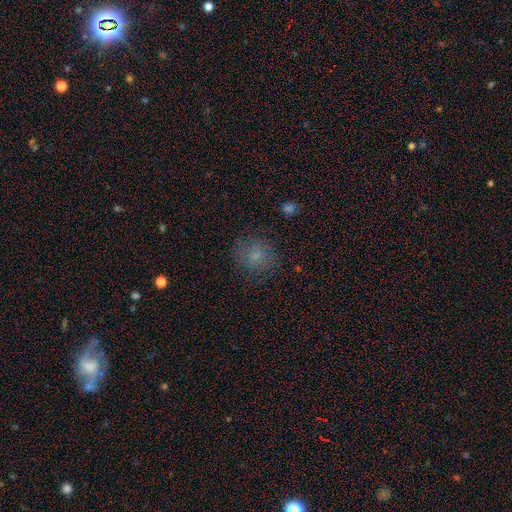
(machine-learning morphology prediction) This appears to be a smooth galaxy with no disk features (73%) that is round (75%). Merging: none (77%).